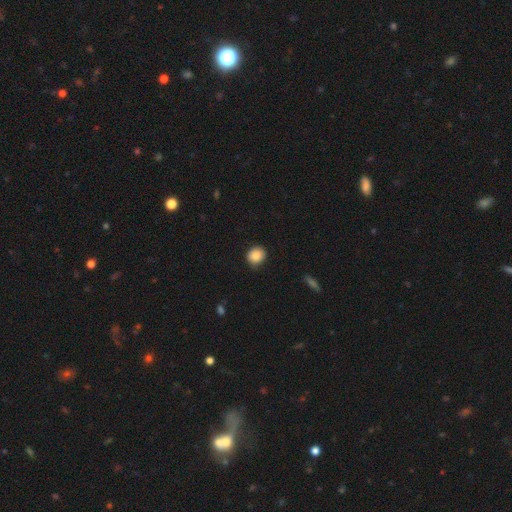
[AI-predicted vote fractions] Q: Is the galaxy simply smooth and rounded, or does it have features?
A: smooth — 86%.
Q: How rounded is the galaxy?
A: round — 80%.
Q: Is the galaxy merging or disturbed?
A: none — 86%.